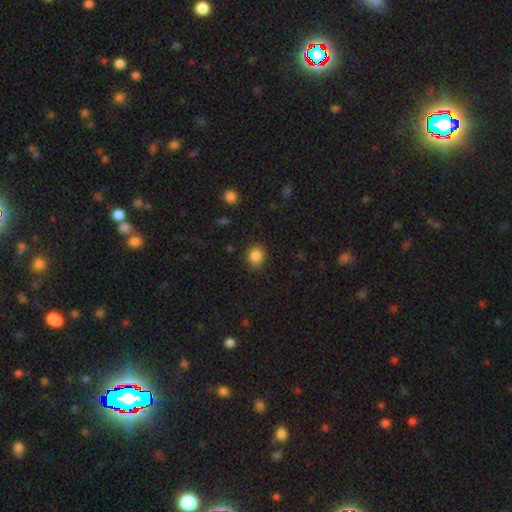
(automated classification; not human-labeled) Smooth or featured?
  - smooth: 86% *
  - star or artifact: 10%
  - featured or disk: 4%
How rounded?
  - round: 61% *
  - in between: 38%
  - cigar-shaped: 1%
Merging?
  - none: 83% *
  - minor disturbance: 13%
  - major disturbance: 3%
  - merger: 1%